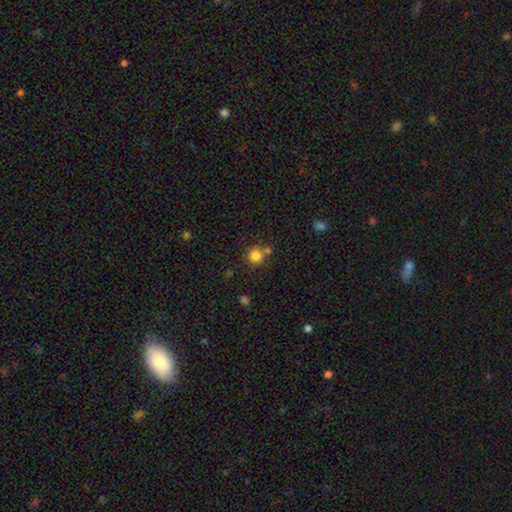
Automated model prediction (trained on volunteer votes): A smooth galaxy with no disk features (83%) that is round (93%).

Vote fractions:
- Smooth or featured? smooth: 83% / star or artifact: 12% / featured or disk: 5%
- How rounded? round: 93% / in between: 6% / cigar-shaped: 1%
- Merging? none: 70% / merger: 17% / minor disturbance: 9% / major disturbance: 3%